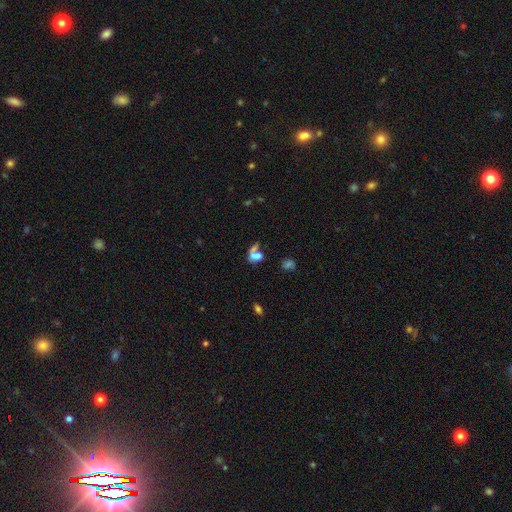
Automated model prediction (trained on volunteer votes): A smooth galaxy with no disk features (59%) that is in between round and cigar-shaped (67%).

Vote fractions:
- Smooth or featured? smooth: 59% / featured or disk: 24% / star or artifact: 17%
- How rounded? in between: 67% / round: 23% / cigar-shaped: 10%
- Merging? merger: 47% / none: 28% / major disturbance: 14% / minor disturbance: 11%